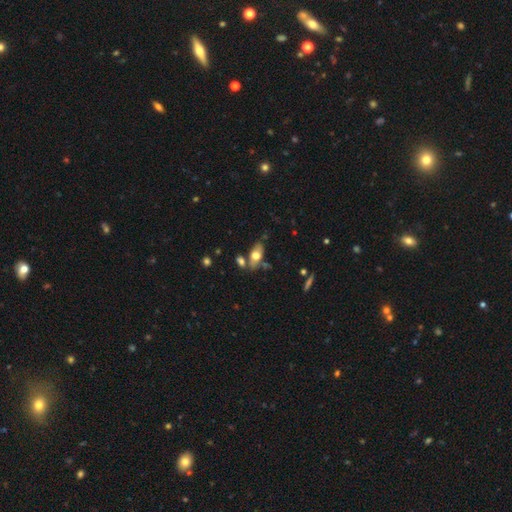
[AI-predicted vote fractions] This appears to be a smooth galaxy with no disk features (61%) that is in between round and cigar-shaped (86%). Merging: none (59%).